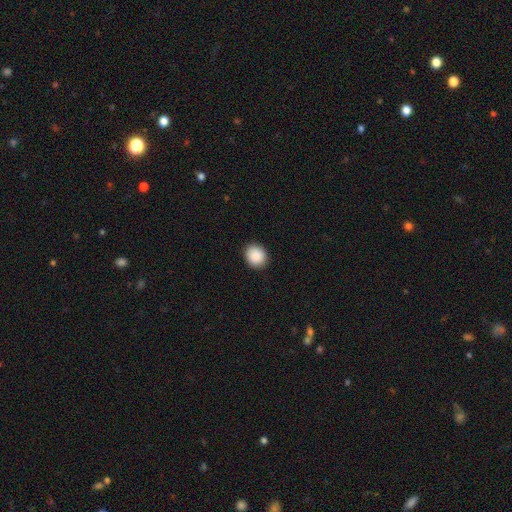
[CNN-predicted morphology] A smooth galaxy with no disk features (90%) that is round (69%). Merging: none (90%).